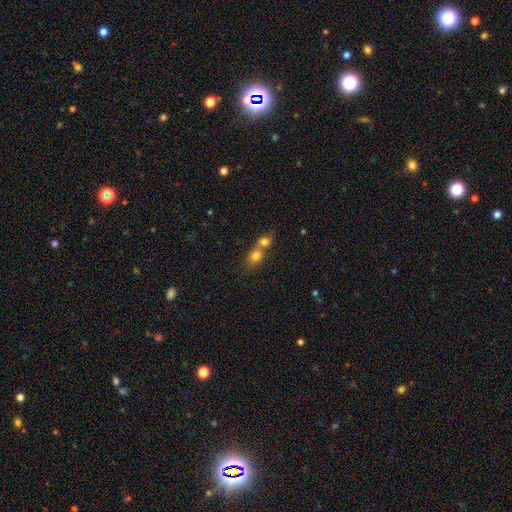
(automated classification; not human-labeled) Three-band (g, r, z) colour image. It shows a smooth galaxy with no disk features (78%) that is round (67%). Merging: merger (64%).